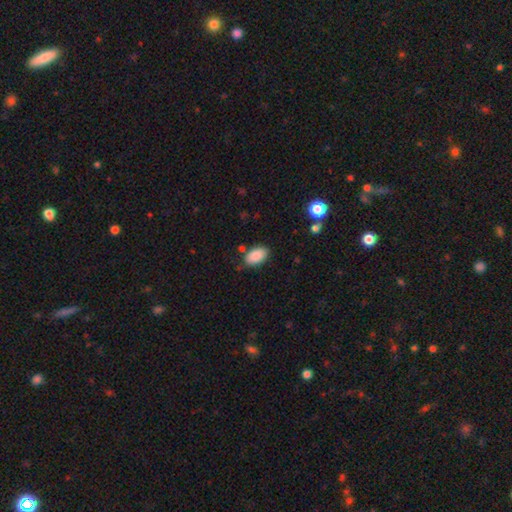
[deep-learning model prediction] Smooth or featured: smooth — 88% (star or artifact — 7%)
How rounded: in between — 94% (round — 5%)
Merging: none — 79% (minor disturbance — 14%)